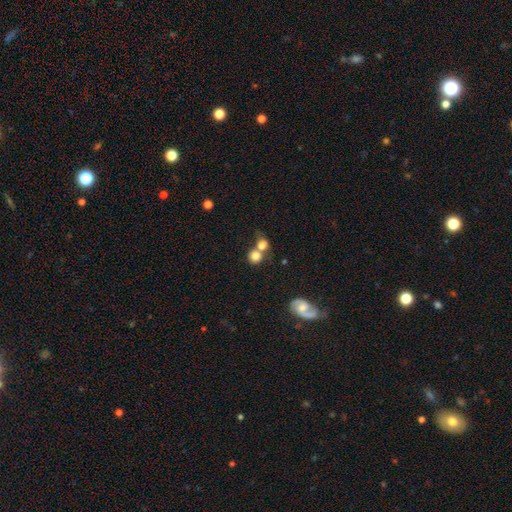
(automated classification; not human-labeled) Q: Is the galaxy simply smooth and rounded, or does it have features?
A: smooth — 77%.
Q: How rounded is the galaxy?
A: round — 84%.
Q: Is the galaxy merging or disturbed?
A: merger — 47%.